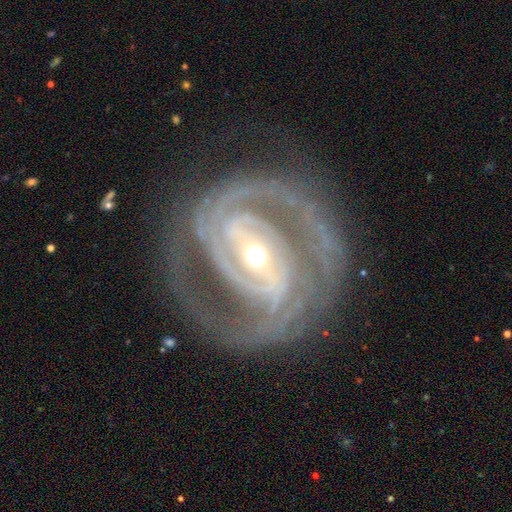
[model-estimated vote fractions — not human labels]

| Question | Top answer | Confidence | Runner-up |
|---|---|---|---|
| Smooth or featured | featured or disk | 92% | star or artifact (5%) |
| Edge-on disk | no | 97% | yes (3%) |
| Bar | strong | 49% | weak (35%) |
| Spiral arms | yes | 98% | no (2%) |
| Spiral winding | tight | 62% | medium (33%) |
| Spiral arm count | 2 | 56% | 3 (21%) |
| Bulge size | moderate | 50% | small (45%) |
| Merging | none | 73% | minor disturbance (16%) |